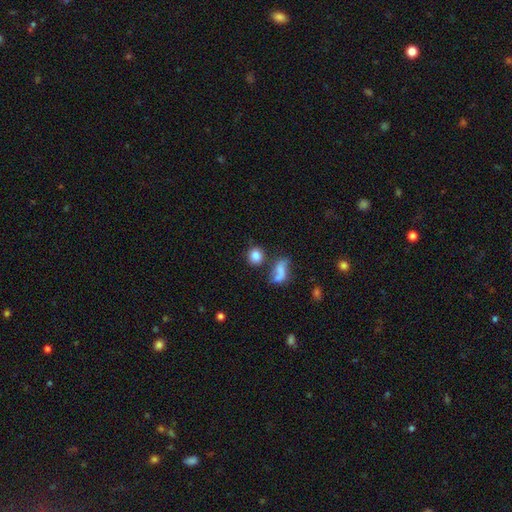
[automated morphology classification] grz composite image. It shows a smooth galaxy with no disk features (82%) that is round (80%). Merging: none (65%).